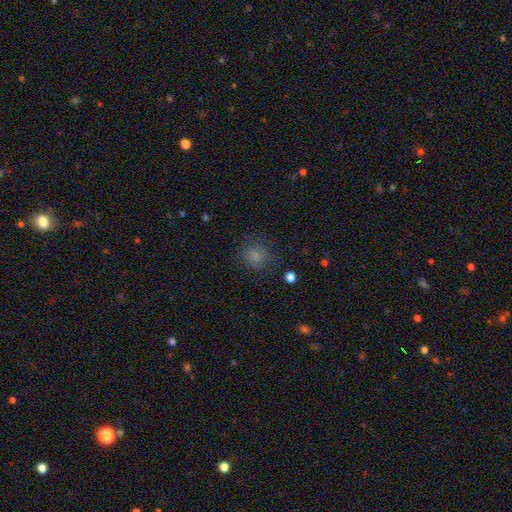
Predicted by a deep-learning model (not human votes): Morphology: type=smooth (79%); roundness=round (84%); merging=none (77%).